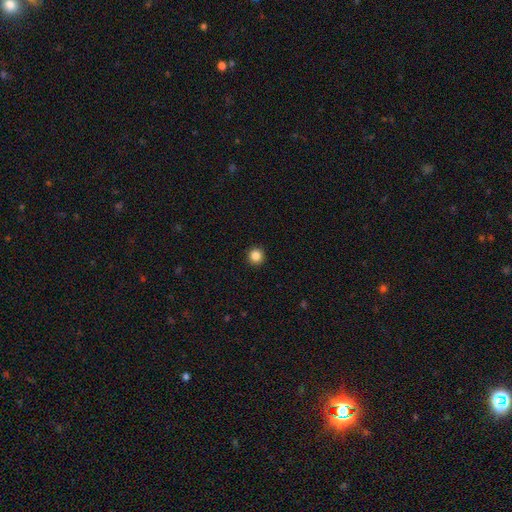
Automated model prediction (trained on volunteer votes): Q: Smooth or featured?
A: smooth (86%); runner-up: star or artifact (11%)
Q: How rounded?
A: round (95%); runner-up: in between (4%)
Q: Merging?
A: none (93%); runner-up: minor disturbance (4%)